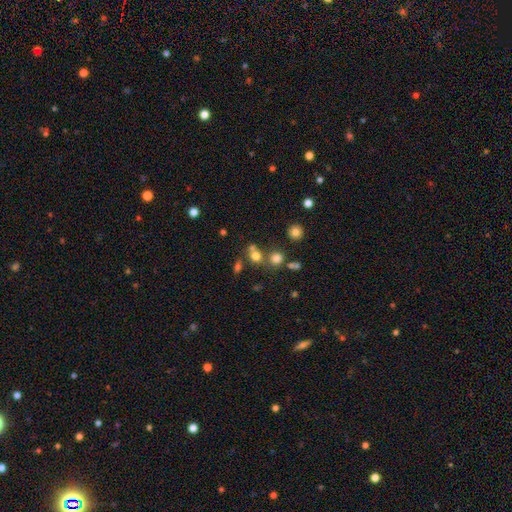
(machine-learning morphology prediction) type=smooth (71%); roundness=round (76%); merging=none (54%).